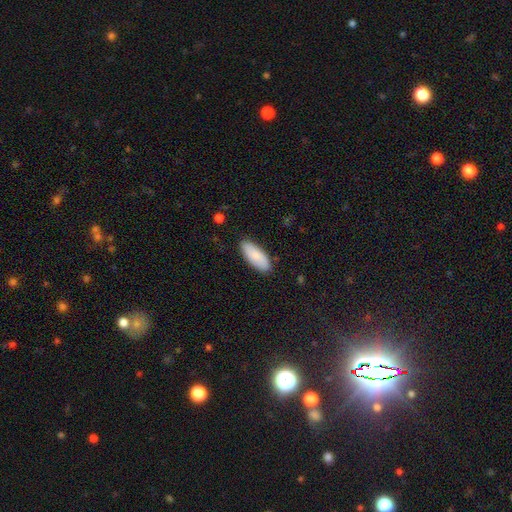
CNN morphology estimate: Smooth or featured?
  - smooth: 85% *
  - featured or disk: 10%
  - star or artifact: 5%
How rounded?
  - in between: 81% *
  - cigar-shaped: 17%
  - round: 2%
Merging?
  - none: 87% *
  - minor disturbance: 10%
  - major disturbance: 2%
  - merger: 1%